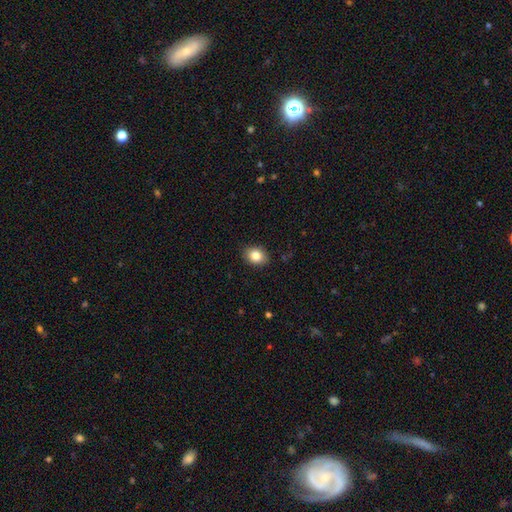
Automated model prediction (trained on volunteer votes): This is clearly a smooth galaxy (84%). How rounded: likely in between (61%). Merging: clearly none (88%).